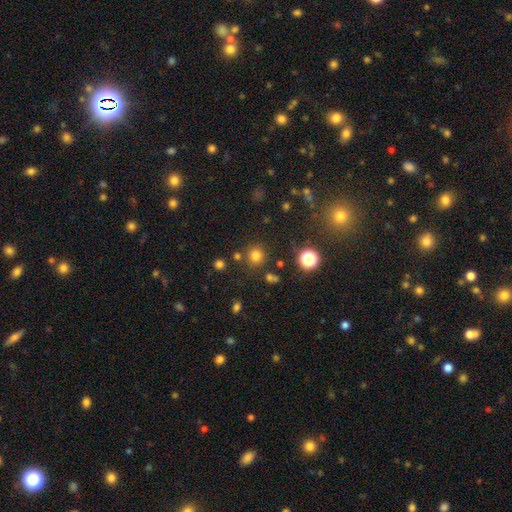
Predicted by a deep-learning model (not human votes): Smooth or featured: smooth — 76% (star or artifact — 19%)
How rounded: round — 92% (in between — 8%)
Merging: none — 81% (minor disturbance — 9%)